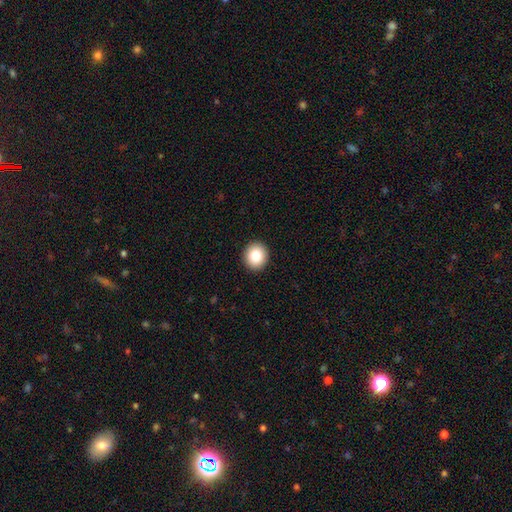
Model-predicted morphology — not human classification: This is clearly a smooth galaxy (83%). How rounded: likely round (80%). Merging: clearly none (93%).